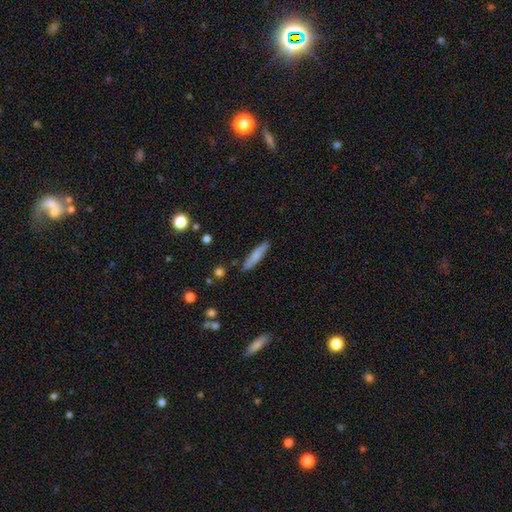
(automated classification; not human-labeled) Morphology: type=smooth (73%); roundness=cigar-shaped (85%); merging=none (85%).